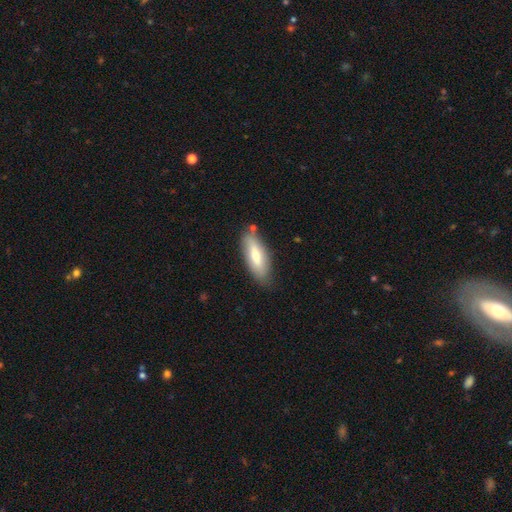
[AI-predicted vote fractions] A smooth galaxy with no disk features (62%) that is in between round and cigar-shaped (63%). Merging: none (79%).